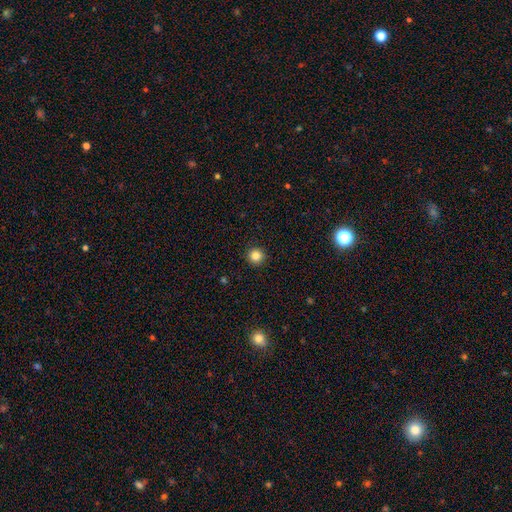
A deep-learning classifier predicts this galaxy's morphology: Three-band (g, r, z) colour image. It shows a smooth galaxy with no disk features (83%) that is round (96%). Merging: none (93%).